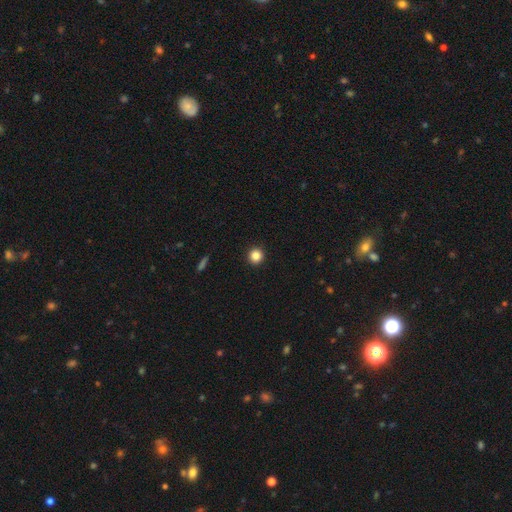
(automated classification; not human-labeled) Smooth or featured? Predicted: smooth (p=0.85). How rounded? Predicted: round (p=0.95). Merging? Predicted: none (p=0.93).